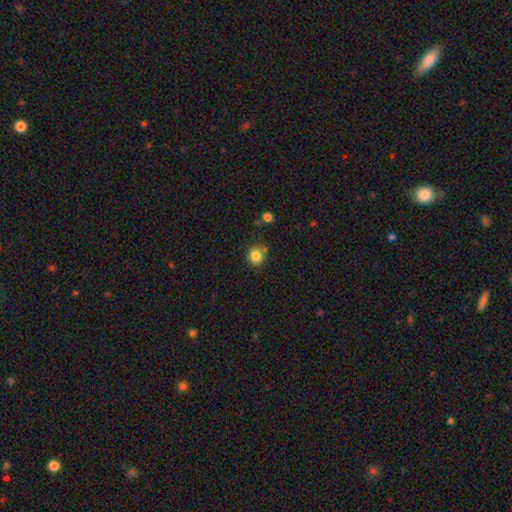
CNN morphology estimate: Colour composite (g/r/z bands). It shows a smooth galaxy with no disk features (83%) that is round (82%). Merging: none (76%).